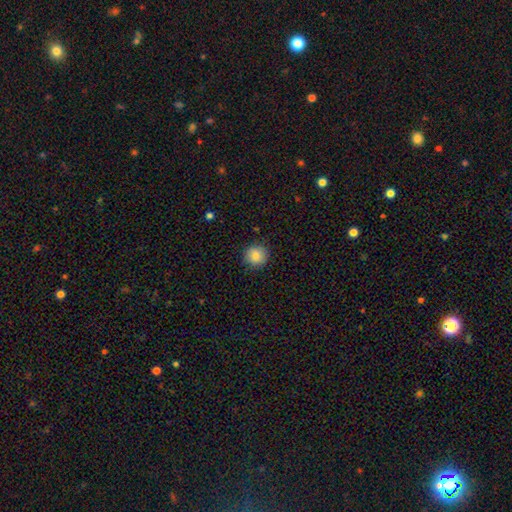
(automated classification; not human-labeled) smooth 85%, star or artifact 9%, featured or disk 5%. Down the decision tree: how rounded — round (92%); merging — none (88%).